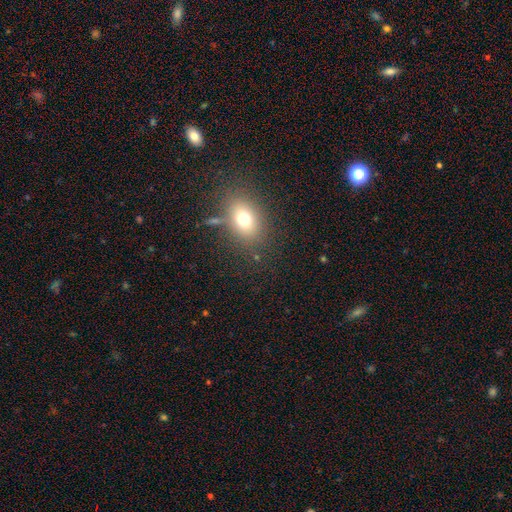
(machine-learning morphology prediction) Q: Smooth or featured?
A: smooth (67%); runner-up: star or artifact (21%)
Q: How rounded?
A: in between (65%); runner-up: round (33%)
Q: Merging?
A: none (83%); runner-up: minor disturbance (10%)